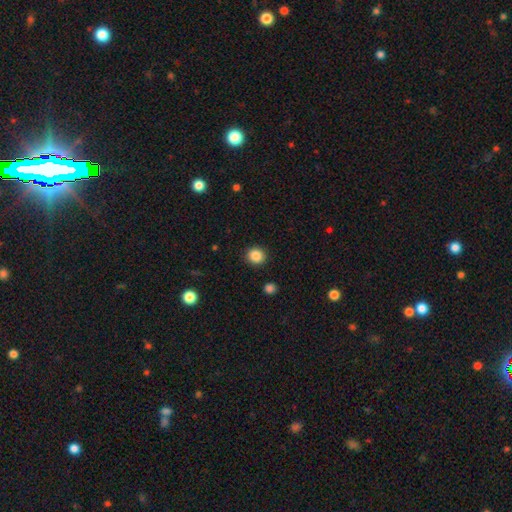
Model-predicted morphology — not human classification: smooth-or-featured: smooth: 87% | star or artifact: 10% | featured or disk: 3%
  how-rounded: round: 88% | in between: 11% | cigar-shaped: 1%
  merging: none: 91% | minor disturbance: 6% | major disturbance: 2% | merger: 1%